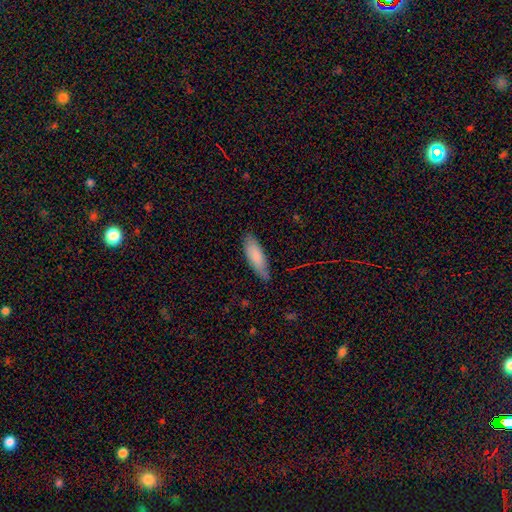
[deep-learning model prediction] A smooth galaxy with no disk features (81%) that is in between round and cigar-shaped (59%). Merging: none (76%).